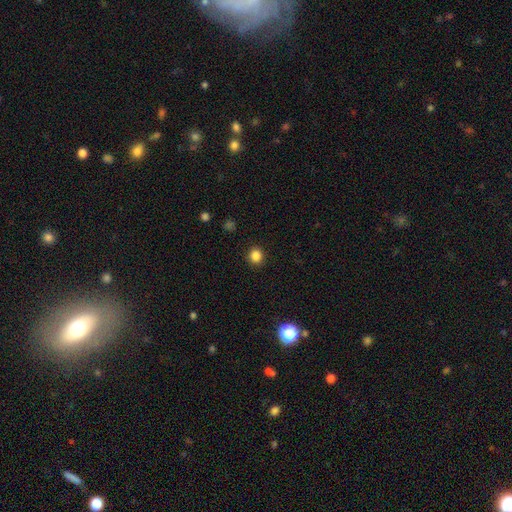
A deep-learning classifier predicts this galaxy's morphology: Smooth or featured?
  - smooth: 85% *
  - star or artifact: 12%
  - featured or disk: 3%
How rounded?
  - round: 88% *
  - in between: 12%
  - cigar-shaped: 1%
Merging?
  - none: 91% *
  - minor disturbance: 6%
  - major disturbance: 2%
  - merger: 1%